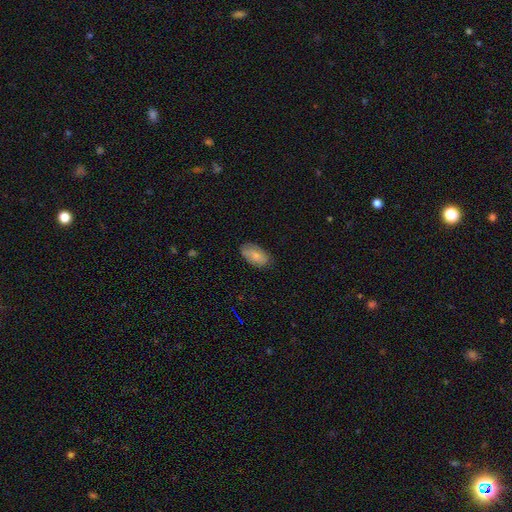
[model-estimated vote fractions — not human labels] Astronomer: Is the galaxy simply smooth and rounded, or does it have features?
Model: smooth — 81%.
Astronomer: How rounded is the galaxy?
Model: in between — 94%.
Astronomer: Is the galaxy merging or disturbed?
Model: none — 81%.